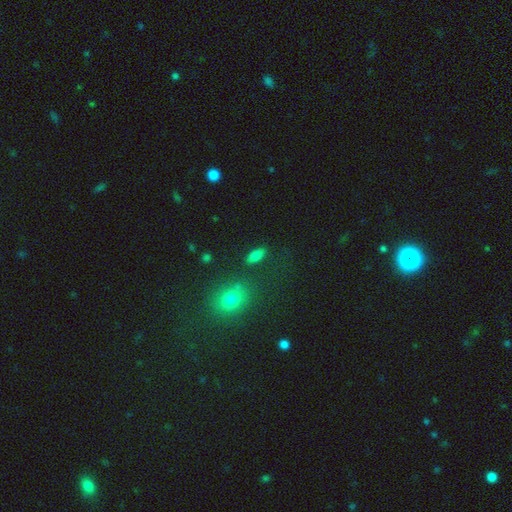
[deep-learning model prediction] Overall: smooth (79%). How rounded: in between (82%). Merging: none (81%).